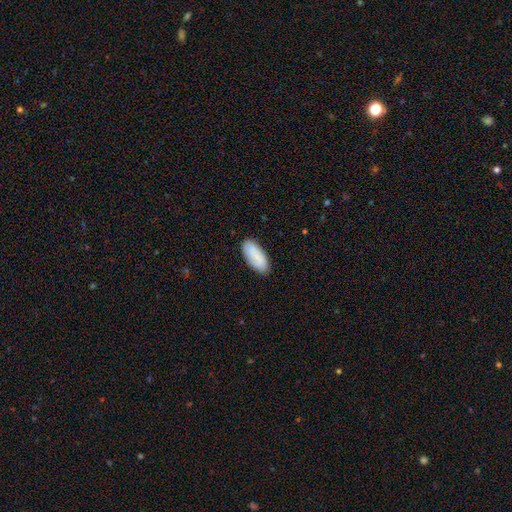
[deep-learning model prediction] Q: Smooth or featured?
A: smooth (86%); runner-up: featured or disk (8%)
Q: How rounded?
A: in between (86%); runner-up: cigar-shaped (12%)
Q: Merging?
A: none (85%); runner-up: minor disturbance (11%)